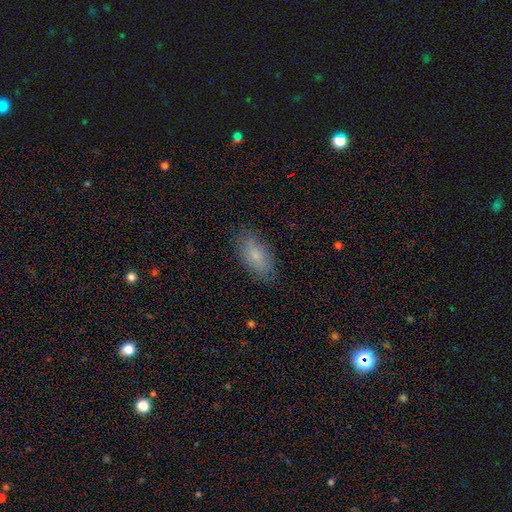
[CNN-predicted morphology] The model was most divided on "smooth or featured": smooth: 77%, featured or disk: 15%, star or artifact: 8%. More confident: how rounded — in between (88%); merging — none (83%).